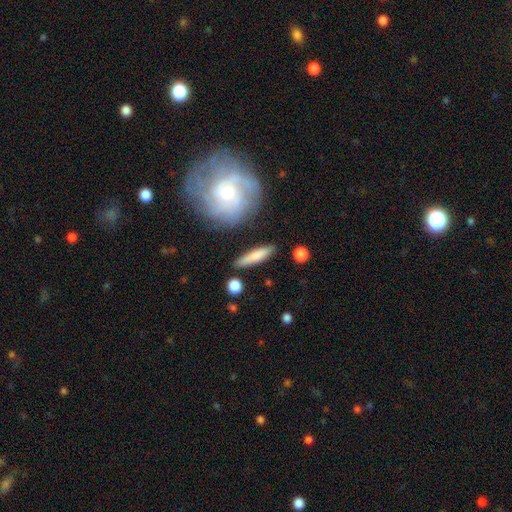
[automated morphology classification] This appears to be a smooth galaxy with no disk features (73%) that is cigar-shaped (78%). Merging: none (82%).